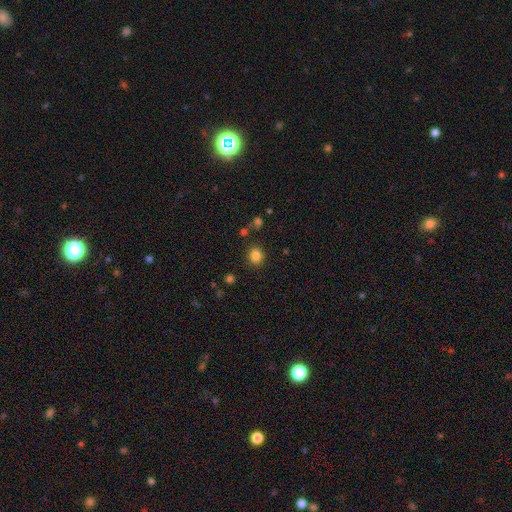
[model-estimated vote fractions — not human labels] Q: Smooth or featured?
A: smooth (83%); runner-up: star or artifact (12%)
Q: How rounded?
A: round (81%); runner-up: in between (18%)
Q: Merging?
A: none (86%); runner-up: minor disturbance (8%)